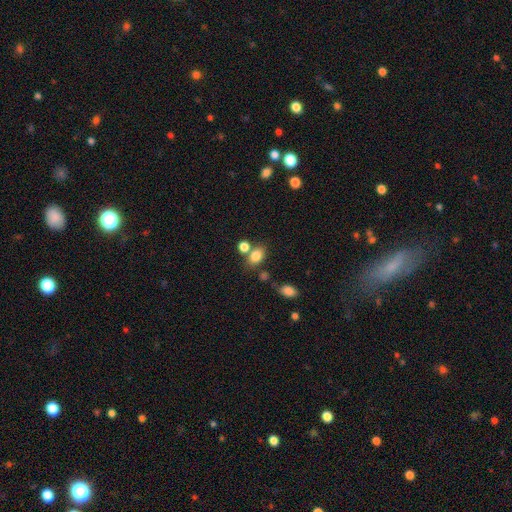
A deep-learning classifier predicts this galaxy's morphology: Smooth or featured: smooth — 81% (star or artifact — 11%)
How rounded: in between — 71% (round — 28%)
Merging: none — 59% (merger — 23%)